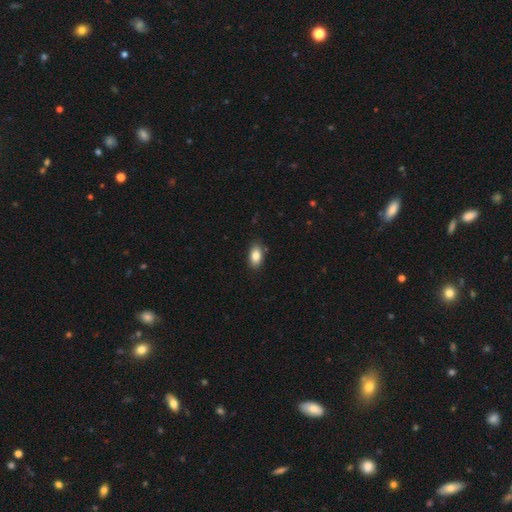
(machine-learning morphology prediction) Overall: smooth (85%). How rounded: in between (91%). Merging: none (85%).